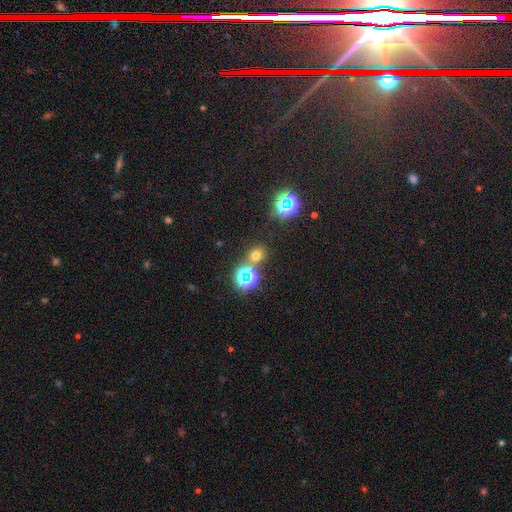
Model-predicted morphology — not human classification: This appears to be a smooth galaxy with no disk features (58%) that is round (77%). Merging: none (74%).